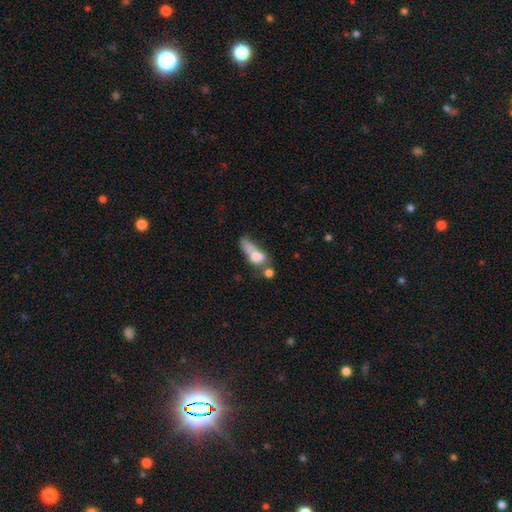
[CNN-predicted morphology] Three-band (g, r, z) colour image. It shows a smooth galaxy with no disk features (64%) that is in between round and cigar-shaped (66%). Merging: merger (44%).